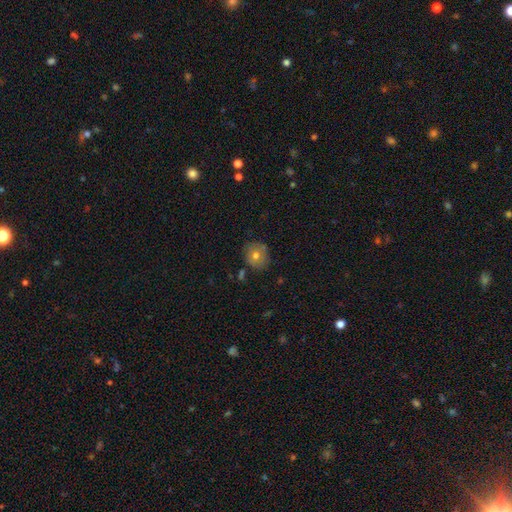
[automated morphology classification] Smooth or featured: smooth — 69% (featured or disk — 20%)
How rounded: round — 80% (in between — 19%)
Merging: none — 77% (minor disturbance — 16%)